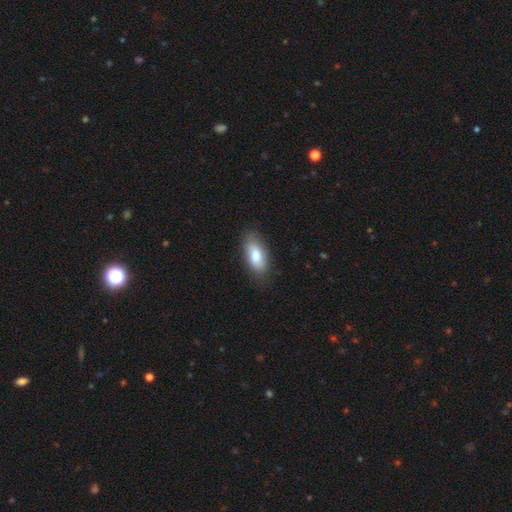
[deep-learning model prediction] smooth 80%, featured or disk 13%, star or artifact 6%. Down the decision tree: how rounded — in between (88%); merging — none (78%).